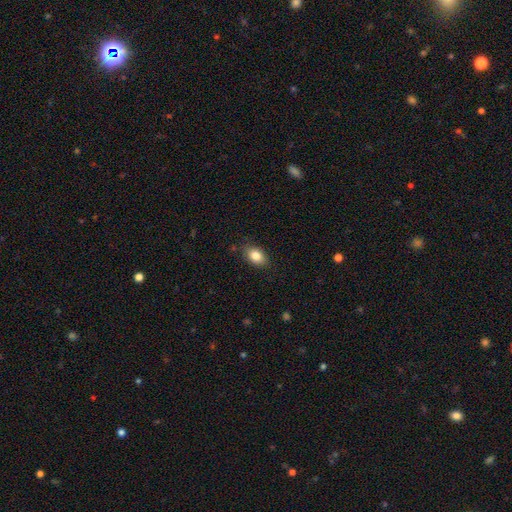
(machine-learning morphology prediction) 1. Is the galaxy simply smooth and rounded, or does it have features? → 84% smooth, 8% star or artifact, 7% featured or disk.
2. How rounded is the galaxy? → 82% in between, 16% round, 2% cigar-shaped.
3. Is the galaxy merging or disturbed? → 83% none, 13% minor disturbance, 3% major disturbance, 1% merger.